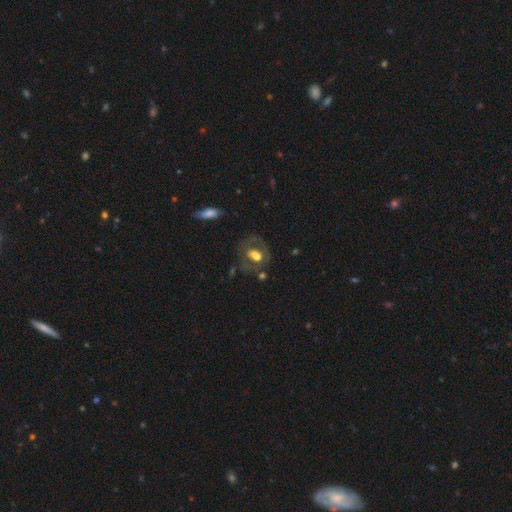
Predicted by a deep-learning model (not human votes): This is possibly a featured or disk galaxy (45%). Merging: possibly none (57%).